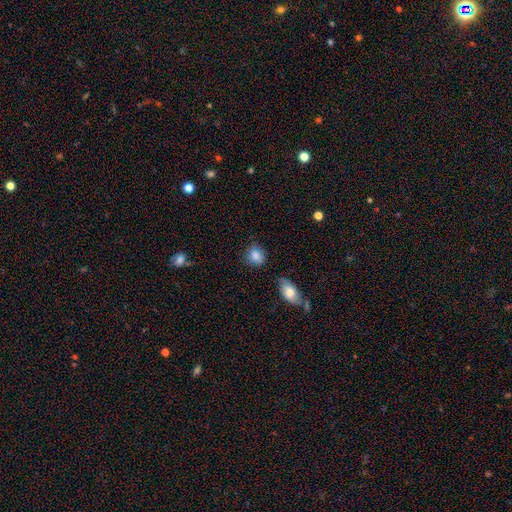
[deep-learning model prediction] Q: Smooth or featured?
A: smooth (85%); runner-up: star or artifact (8%)
Q: How rounded?
A: in between (52%); runner-up: round (47%)
Q: Merging?
A: none (71%); runner-up: minor disturbance (20%)